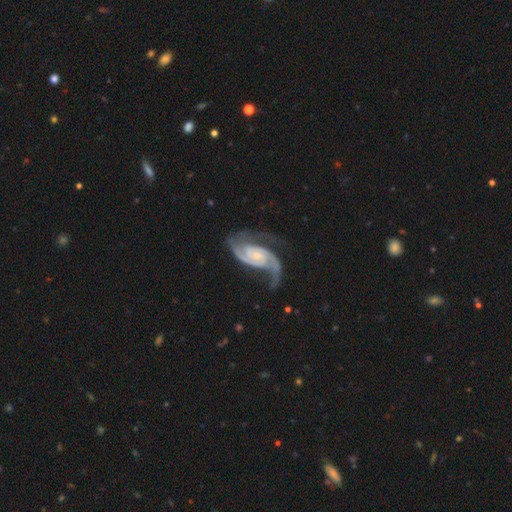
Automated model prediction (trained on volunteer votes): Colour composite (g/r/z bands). It shows a featured or disk galaxy (92%) with no bar (60%), 2 (87%) medium (52%) spiral arms (98%) and a small central bulge (62%). Merging: none (61%).